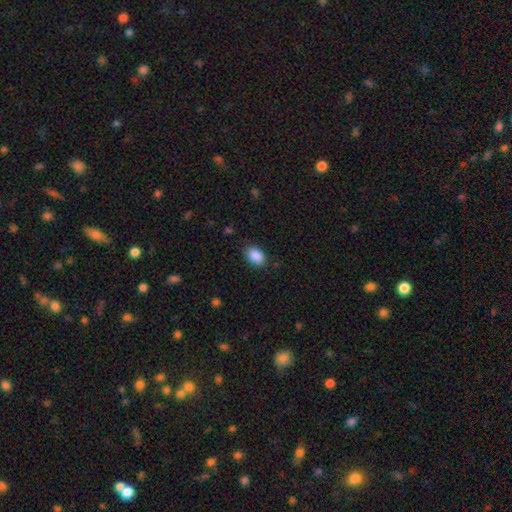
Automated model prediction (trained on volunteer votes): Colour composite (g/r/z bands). It shows a smooth galaxy with no disk features (89%) that is in between round and cigar-shaped (89%). Merging: none (84%).